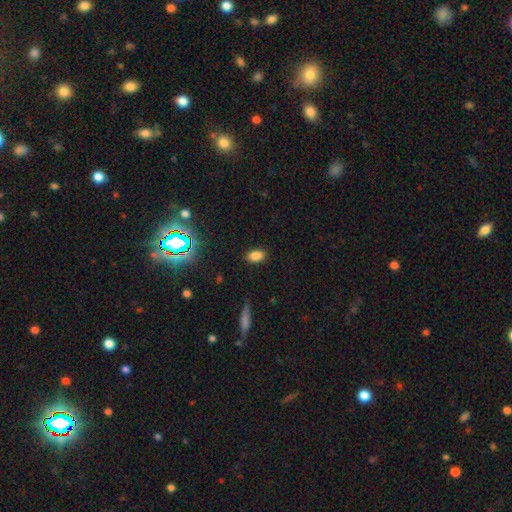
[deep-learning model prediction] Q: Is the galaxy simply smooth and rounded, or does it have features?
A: smooth — 80%.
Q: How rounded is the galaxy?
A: in between — 85%.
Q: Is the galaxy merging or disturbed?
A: none — 87%.